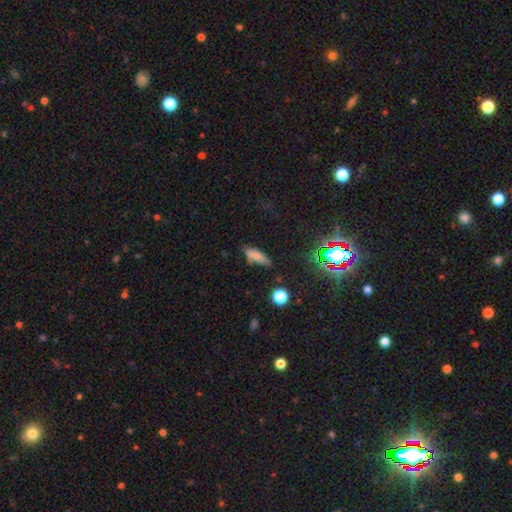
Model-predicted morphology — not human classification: A smooth galaxy with no disk features (69%) that is in between round and cigar-shaped (58%).

Vote fractions:
- Smooth or featured? smooth: 69% / featured or disk: 17% / star or artifact: 14%
- How rounded? in between: 58% / cigar-shaped: 38% / round: 4%
- Merging? none: 61% / minor disturbance: 25% / merger: 7% / major disturbance: 7%